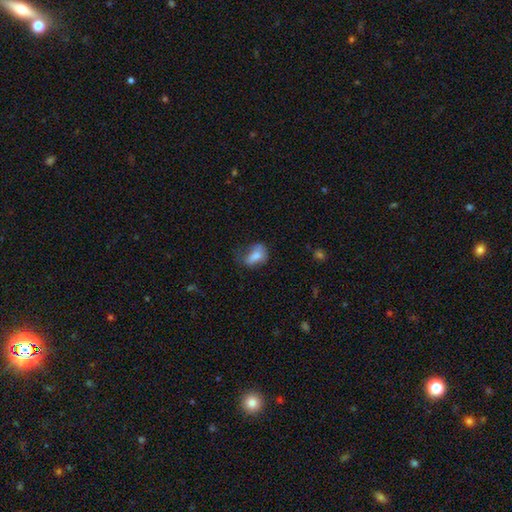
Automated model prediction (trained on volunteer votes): smooth_or_featured: smooth (p=0.75) [alt: featured or disk p=0.16]
how_rounded: in between (p=0.85) [alt: round p=0.11]
merging: none (p=0.38) [alt: minor disturbance p=0.33]